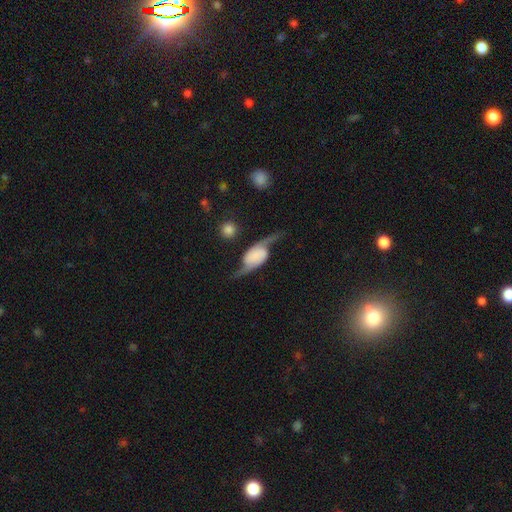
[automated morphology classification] A featured or disk galaxy (81%) with no bar (64%), 2 (94%) loose (82%) spiral arms (94%) and no central bulge (39%). Merging: none (61%).